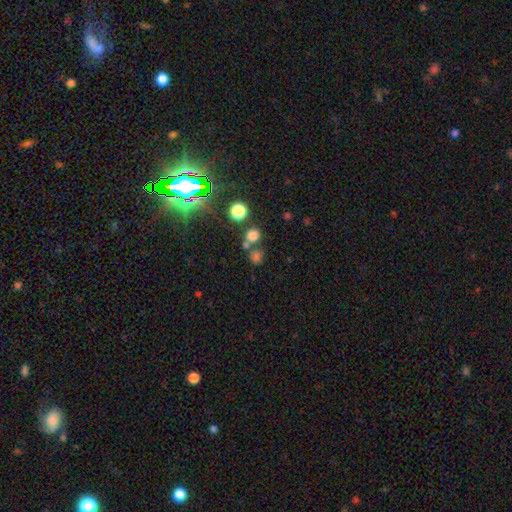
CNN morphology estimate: Smooth or featured? star or artifact (45%, tied with smooth)